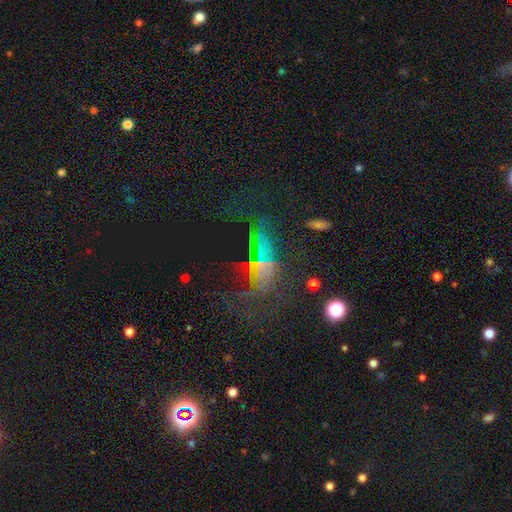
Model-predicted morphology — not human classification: smooth_or_featured: star or artifact (p=0.58) [alt: smooth p=0.22]